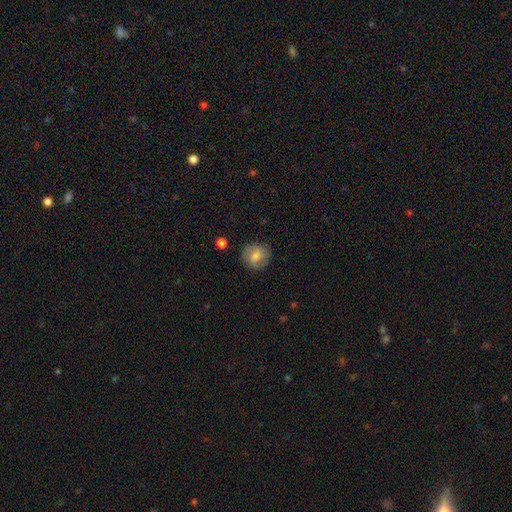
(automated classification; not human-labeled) Smooth or featured? smooth (74%)
How rounded? round (79%)
Merging? none (81%)